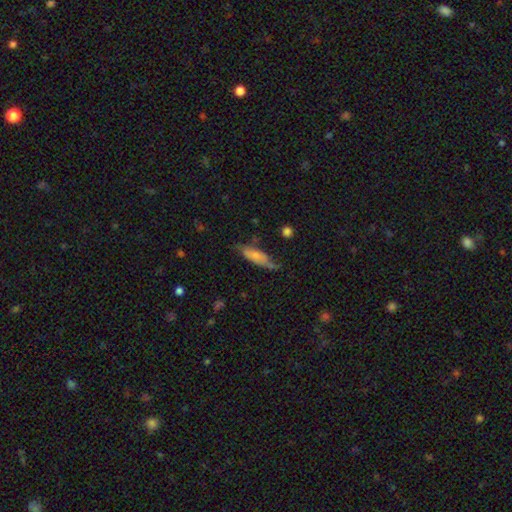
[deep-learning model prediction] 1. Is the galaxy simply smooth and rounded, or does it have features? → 67% smooth, 26% featured or disk, 7% star or artifact.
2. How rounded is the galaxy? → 51% cigar-shaped, 46% in between, 2% round.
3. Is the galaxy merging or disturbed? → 50% none, 32% minor disturbance, 13% major disturbance, 5% merger.